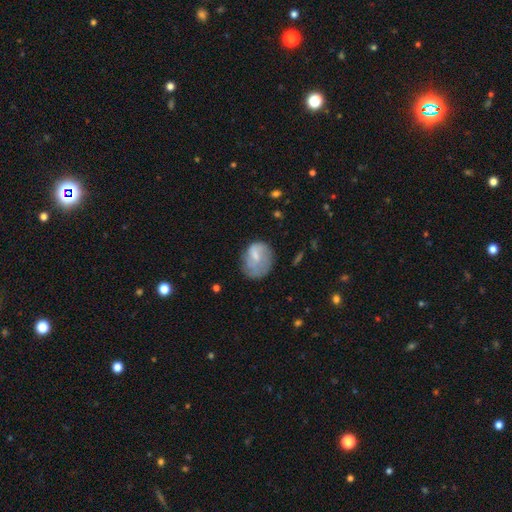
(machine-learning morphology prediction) A smooth galaxy with no disk features (58%) that is in between round and cigar-shaped (51%). Merging: none (45%).